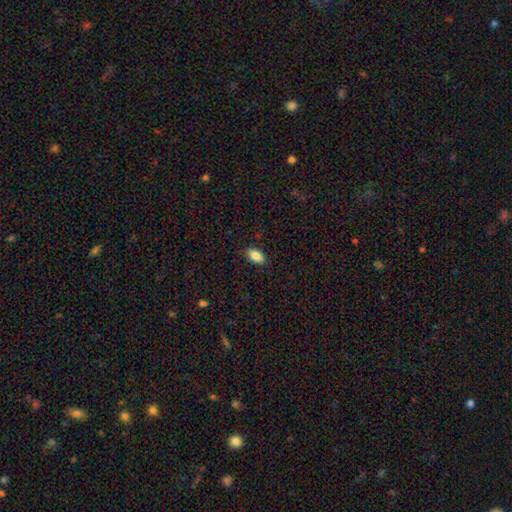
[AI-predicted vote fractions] Q: Smooth or featured?
A: smooth (85%); runner-up: star or artifact (8%)
Q: How rounded?
A: in between (91%); runner-up: cigar-shaped (5%)
Q: Merging?
A: none (87%); runner-up: minor disturbance (10%)